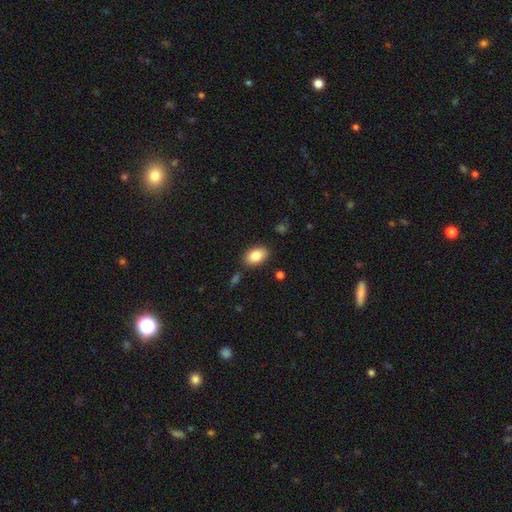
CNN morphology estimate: Smooth or featured? smooth (85%)
How rounded? in between (90%)
Merging? none (85%)